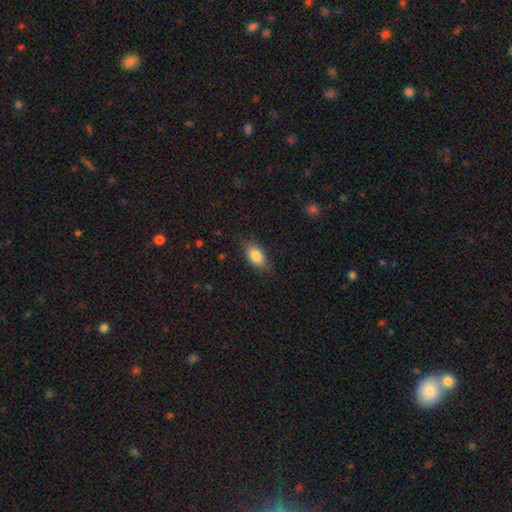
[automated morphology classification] A smooth galaxy with no disk features (83%) that is in between round and cigar-shaped (89%).

Vote fractions:
- Smooth or featured? smooth: 83% / featured or disk: 9% / star or artifact: 7%
- How rounded? in between: 89% / cigar-shaped: 6% / round: 5%
- Merging? none: 80% / minor disturbance: 16% / major disturbance: 4% / merger: 1%